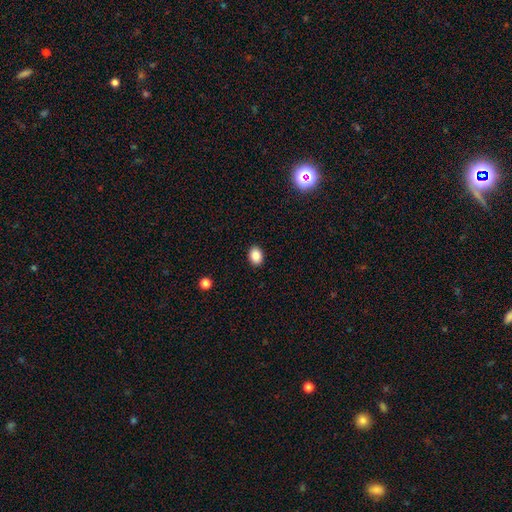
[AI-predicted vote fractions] smooth_or_featured: smooth (p=0.86) [alt: star or artifact p=0.09]
how_rounded: in between (p=0.69) [alt: round p=0.30]
merging: none (p=0.91) [alt: minor disturbance p=0.06]